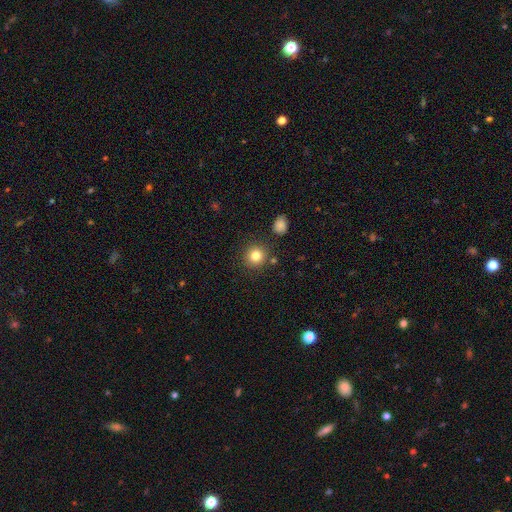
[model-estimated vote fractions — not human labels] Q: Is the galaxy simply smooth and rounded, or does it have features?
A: smooth — 81%.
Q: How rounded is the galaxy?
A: round — 92%.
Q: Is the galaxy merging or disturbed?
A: none — 87%.